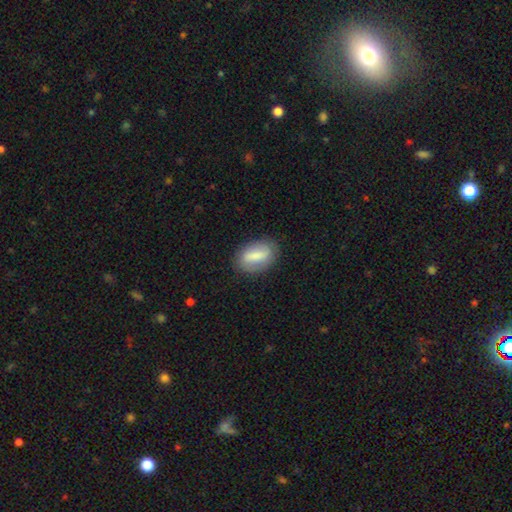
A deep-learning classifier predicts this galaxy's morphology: Smooth or featured?
  - smooth: 66% *
  - featured or disk: 27%
  - star or artifact: 7%
How rounded?
  - in between: 87% *
  - round: 8%
  - cigar-shaped: 5%
Merging?
  - none: 81% *
  - minor disturbance: 14%
  - major disturbance: 4%
  - merger: 1%